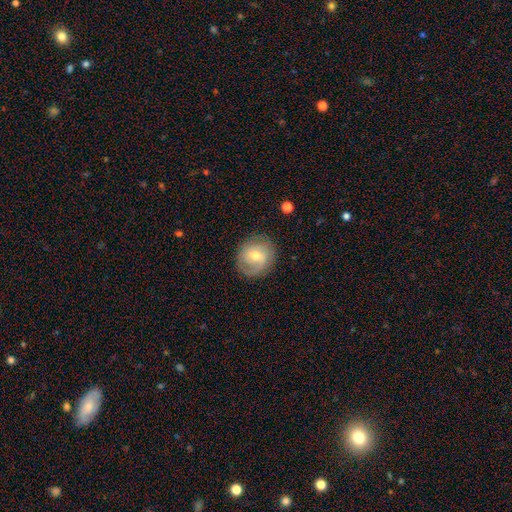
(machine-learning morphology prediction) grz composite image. It shows a featured or disk galaxy (48%). Merging: none (79%).